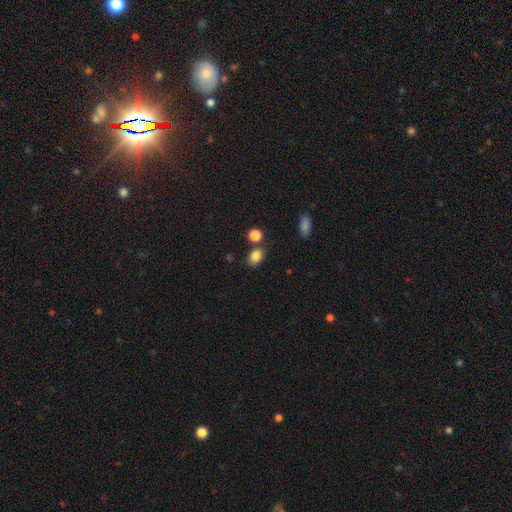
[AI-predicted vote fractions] This is clearly a smooth galaxy (84%). How rounded: likely in between (70%). Merging: likely none (73%).